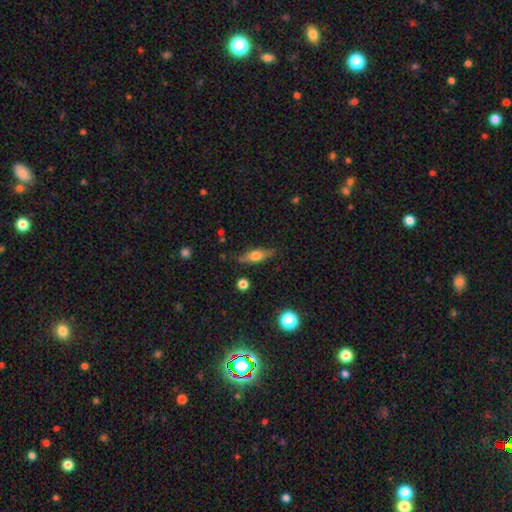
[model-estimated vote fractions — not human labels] A smooth galaxy with no disk features (49%). Merging: none (81%).